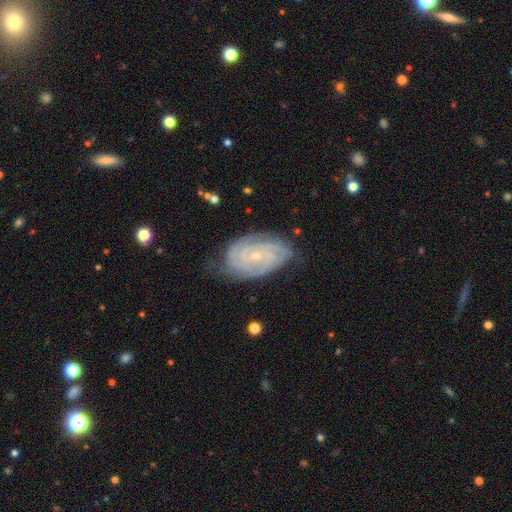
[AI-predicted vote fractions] Q: Smooth or featured?
A: featured or disk (84%); runner-up: smooth (9%)
Q: Edge-on disk?
A: no (96%); runner-up: yes (4%)
Q: Bar?
A: no (69%); runner-up: weak (25%)
Q: Spiral arms?
A: yes (97%); runner-up: no (3%)
Q: Spiral winding?
A: tight (75%); runner-up: medium (21%)
Q: Spiral arm count?
A: 2 (25%); runner-up: can't tell (23%)
Q: Bulge size?
A: small (79%); runner-up: moderate (17%)
Q: Merging?
A: none (74%); runner-up: minor disturbance (20%)